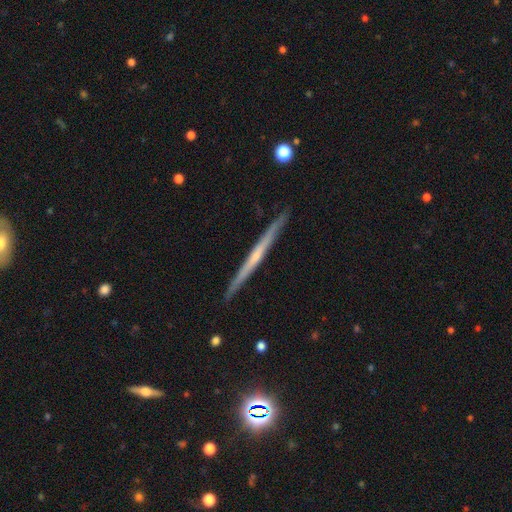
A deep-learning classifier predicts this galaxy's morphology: Smooth or featured? featured or disk (68%)
Edge-on disk? yes (98%)
Edge-on bulge? none (65%)
Merging? none (91%)